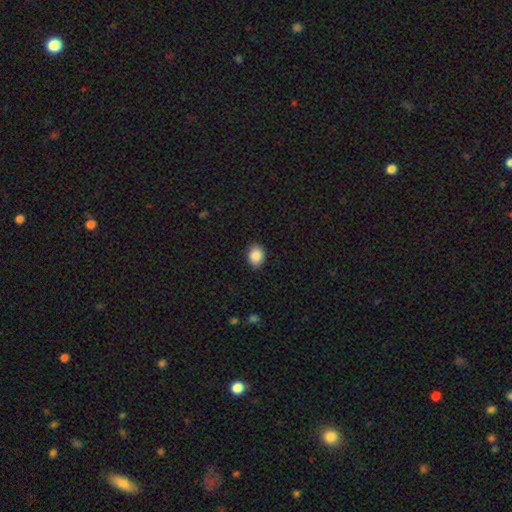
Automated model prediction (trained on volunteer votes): Smooth or featured? Predicted: smooth (p=0.89). How rounded? Predicted: in between (p=0.57). Merging? Predicted: none (p=0.88).